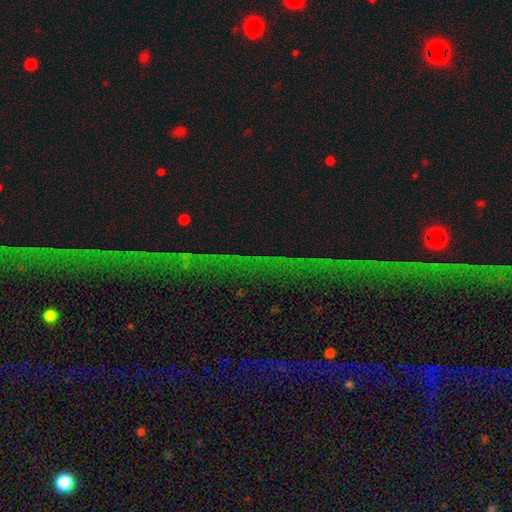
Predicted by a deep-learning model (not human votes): star or artifact 74%, featured or disk 15%, smooth 11%.